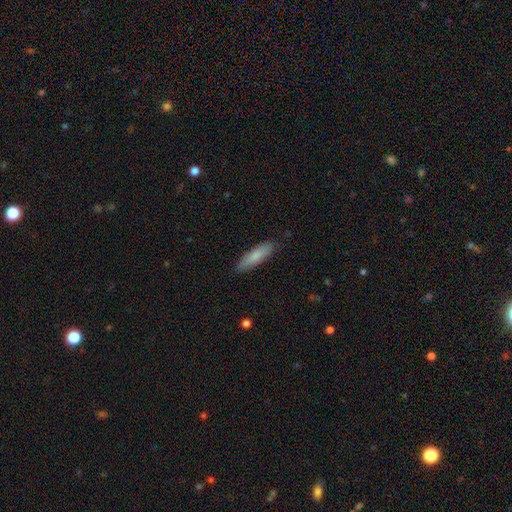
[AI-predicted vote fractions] This appears to be a smooth galaxy with no disk features (82%) that is cigar-shaped (65%). Merging: none (87%).